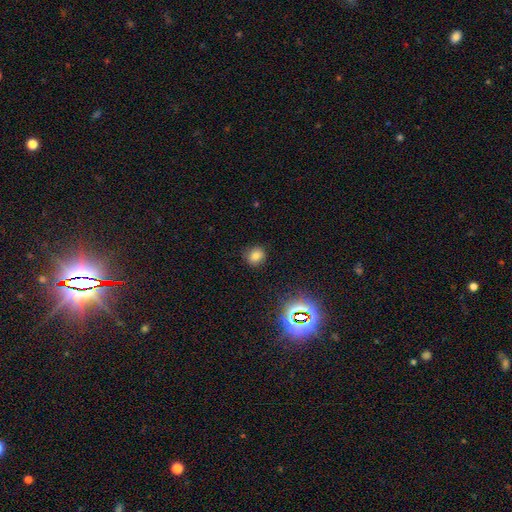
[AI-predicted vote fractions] A smooth galaxy with no disk features (78%) that is round (73%).

Vote fractions:
- Smooth or featured? smooth: 78% / star or artifact: 16% / featured or disk: 6%
- How rounded? round: 73% / in between: 26% / cigar-shaped: 1%
- Merging? none: 86% / minor disturbance: 10% / major disturbance: 3% / merger: 1%